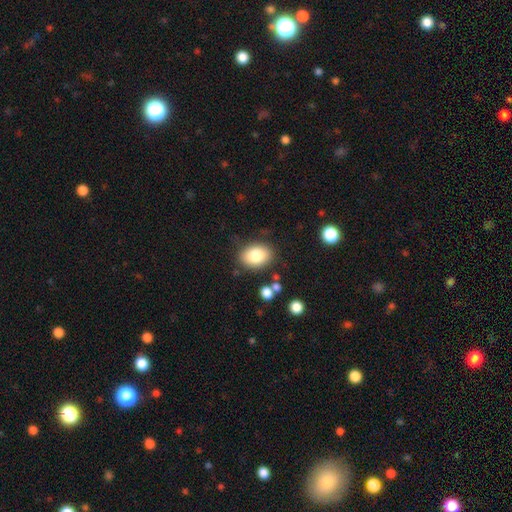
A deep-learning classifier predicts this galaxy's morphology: This is clearly a smooth galaxy (82%). How rounded: likely in between (74%). Merging: clearly none (82%).